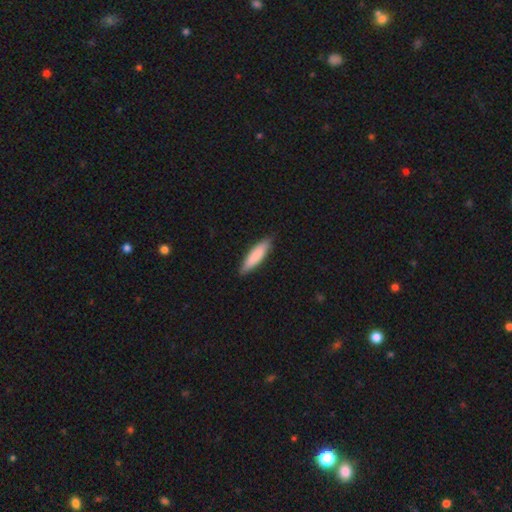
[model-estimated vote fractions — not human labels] Q: Smooth or featured?
A: smooth (83%); runner-up: featured or disk (12%)
Q: How rounded?
A: cigar-shaped (70%); runner-up: in between (29%)
Q: Merging?
A: none (86%); runner-up: minor disturbance (11%)